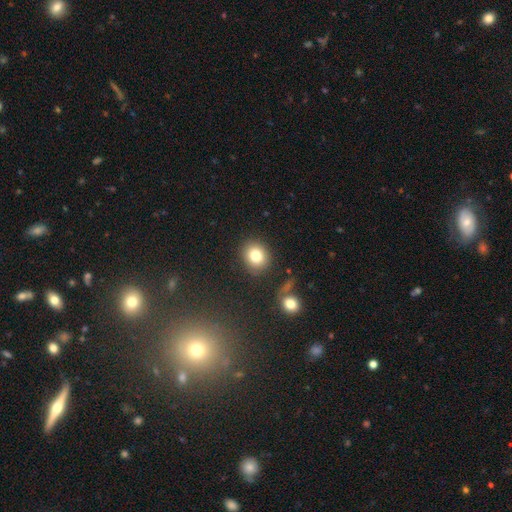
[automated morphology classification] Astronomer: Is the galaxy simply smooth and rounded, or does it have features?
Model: smooth — 81%.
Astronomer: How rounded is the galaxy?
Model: round — 70%.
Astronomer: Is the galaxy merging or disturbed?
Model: none — 84%.